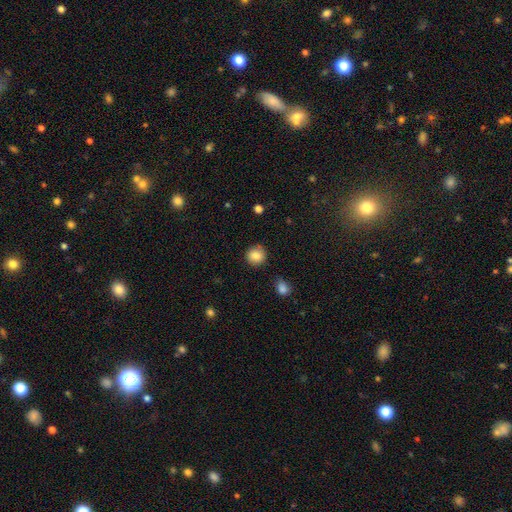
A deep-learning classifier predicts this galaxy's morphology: Overall: smooth (85%). How rounded: round (90%). Merging: none (84%).